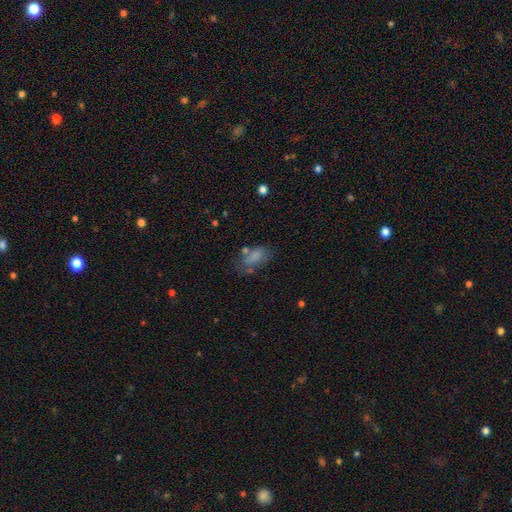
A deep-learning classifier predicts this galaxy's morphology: type=smooth (68%); roundness=in between (85%); merging=none (52%).